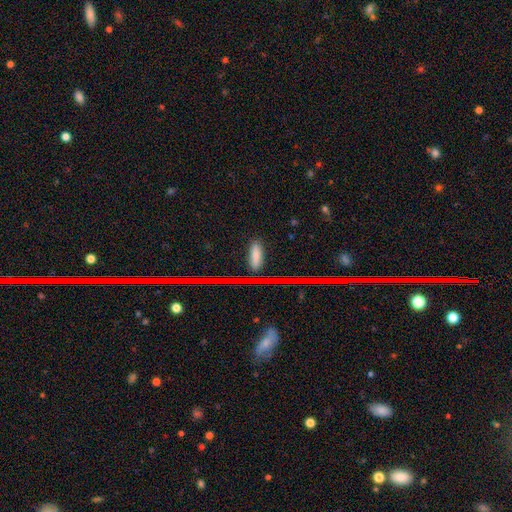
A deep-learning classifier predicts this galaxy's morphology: Q: Smooth or featured?
A: smooth (75%); runner-up: star or artifact (15%)
Q: How rounded?
A: in between (59%); runner-up: cigar-shaped (37%)
Q: Merging?
A: none (80%); runner-up: minor disturbance (14%)